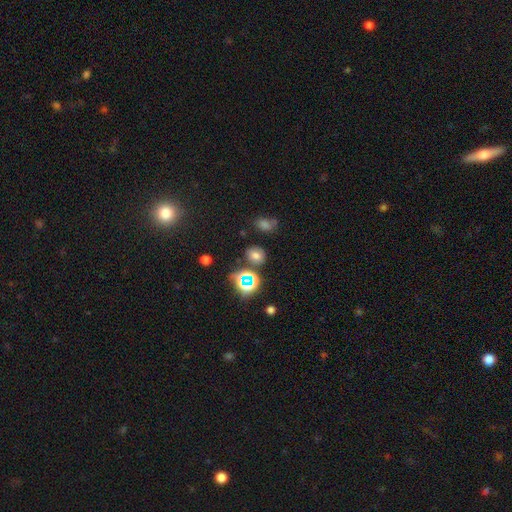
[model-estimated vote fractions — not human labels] Overall: smooth (59%; star or artifact 31%). How rounded: in between (50%; round 49%). Merging: none (77%).